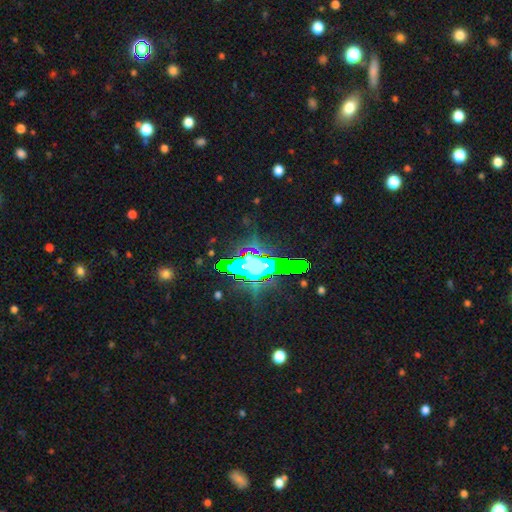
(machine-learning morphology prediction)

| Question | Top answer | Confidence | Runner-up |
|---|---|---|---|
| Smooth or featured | star or artifact | 78% | featured or disk (12%) |